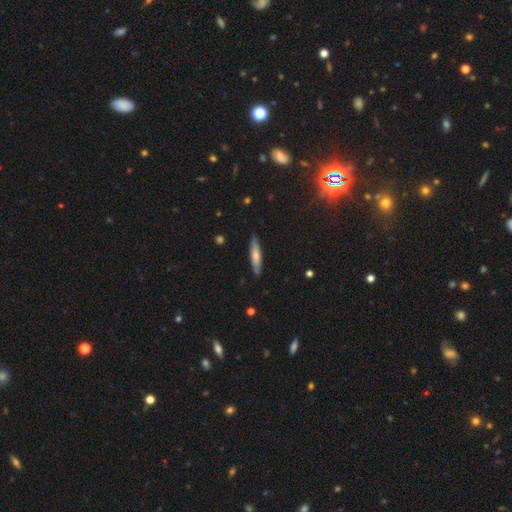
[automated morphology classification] type=smooth (64%); roundness=cigar-shaped (83%); merging=none (84%).